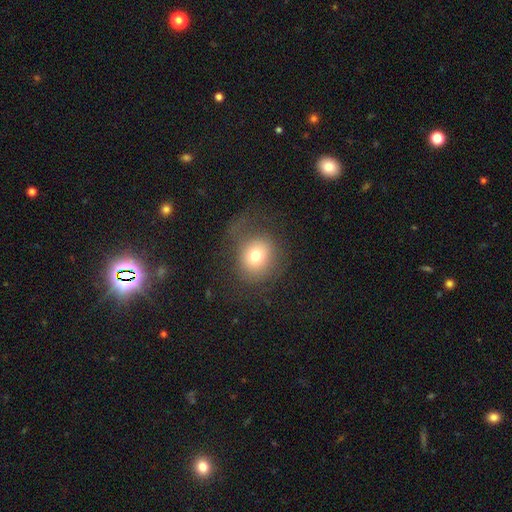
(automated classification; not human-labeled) A smooth galaxy with no disk features (71%) that is round (79%). Merging: none (61%).